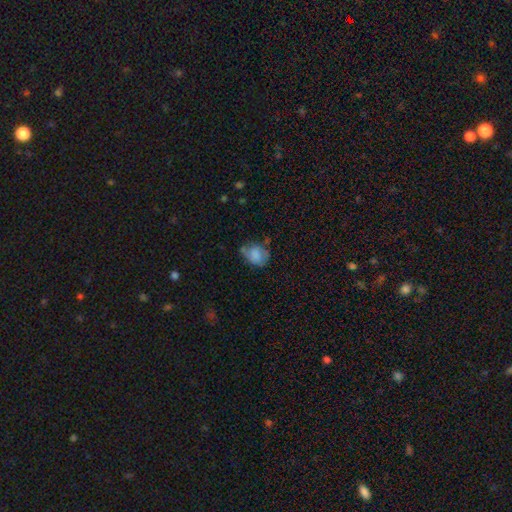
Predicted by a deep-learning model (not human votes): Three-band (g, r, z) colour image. It shows a smooth galaxy with no disk features (75%) that is in between round and cigar-shaped (50%). Merging: none (45%).